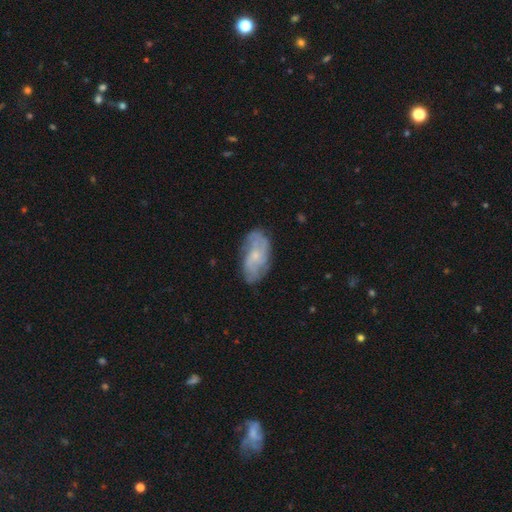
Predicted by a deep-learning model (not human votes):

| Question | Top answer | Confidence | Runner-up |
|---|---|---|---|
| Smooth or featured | featured or disk | 66% | smooth (27%) |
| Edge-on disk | no | 95% | yes (5%) |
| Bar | no | 71% | weak (26%) |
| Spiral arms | yes | 84% | no (16%) |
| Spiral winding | medium | 41% | tight (38%) |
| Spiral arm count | can't tell | 40% | 2 (29%) |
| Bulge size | small | 70% | moderate (22%) |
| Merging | none | 70% | minor disturbance (21%) |